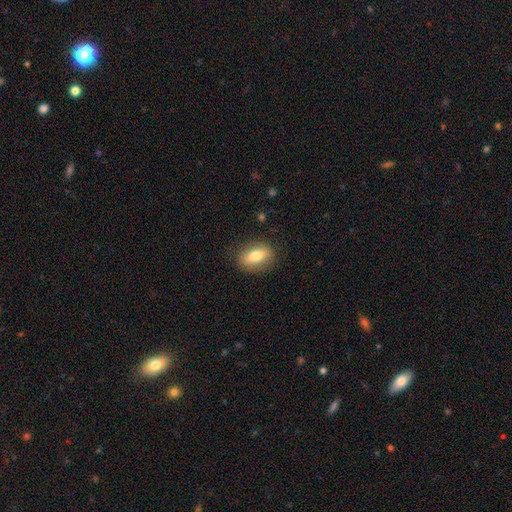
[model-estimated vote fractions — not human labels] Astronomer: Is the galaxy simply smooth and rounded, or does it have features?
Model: smooth — 75%.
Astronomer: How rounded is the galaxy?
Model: in between — 80%.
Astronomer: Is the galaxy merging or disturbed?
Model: none — 83%.